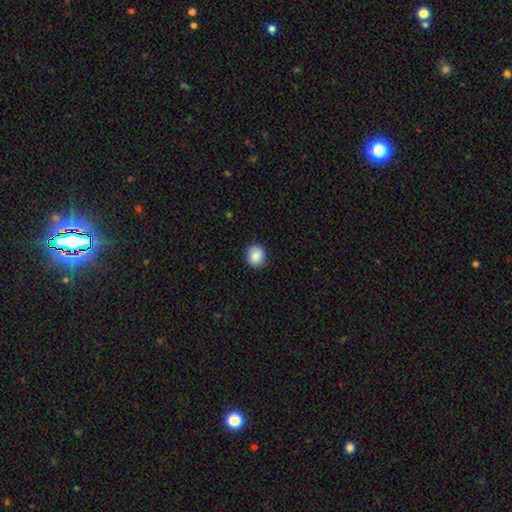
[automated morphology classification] This is clearly a smooth galaxy (85%). How rounded: likely round (74%). Merging: clearly none (84%).